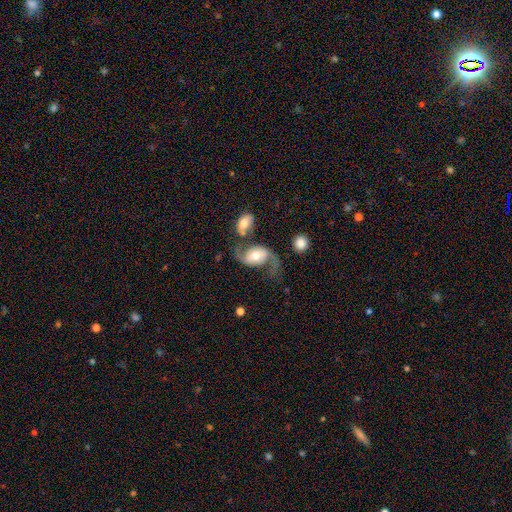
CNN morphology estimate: Smooth or featured? featured or disk (81%)
Edge-on disk? no (97%)
Bar? no (53%)
Spiral arms? yes (94%)
Spiral winding? loose (73%)
Spiral arm count? 2 (91%)
Bulge size? moderate (66%)
Merging? none (51%)